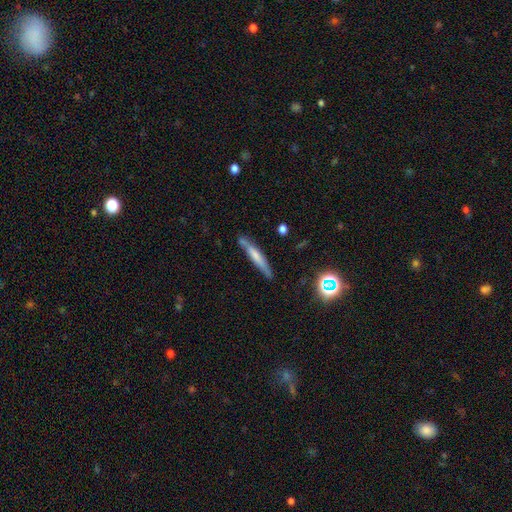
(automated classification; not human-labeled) This appears to be a smooth galaxy with no disk features (51%) that is cigar-shaped (93%). Merging: none (76%).